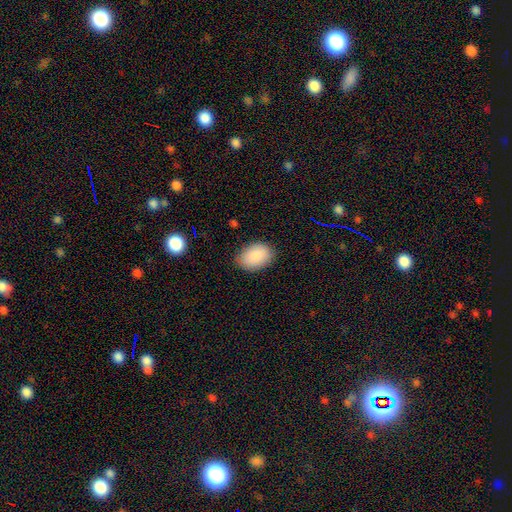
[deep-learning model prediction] Smooth or featured? Predicted: smooth (p=0.89). How rounded? Predicted: in between (p=0.85). Merging? Predicted: none (p=0.84).